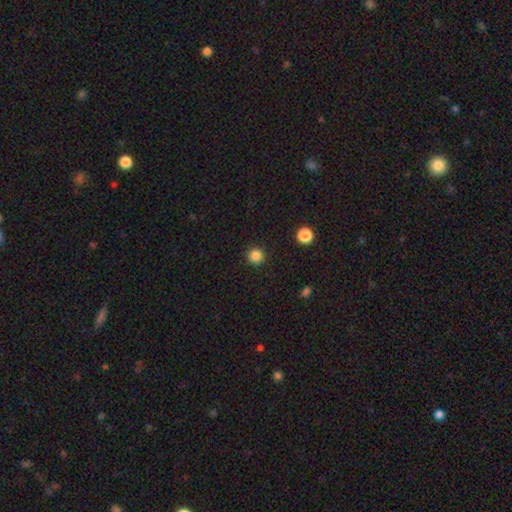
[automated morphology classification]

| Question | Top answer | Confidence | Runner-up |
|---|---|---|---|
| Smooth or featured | smooth | 85% | star or artifact (12%) |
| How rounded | round | 95% | in between (4%) |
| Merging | none | 92% | minor disturbance (5%) |